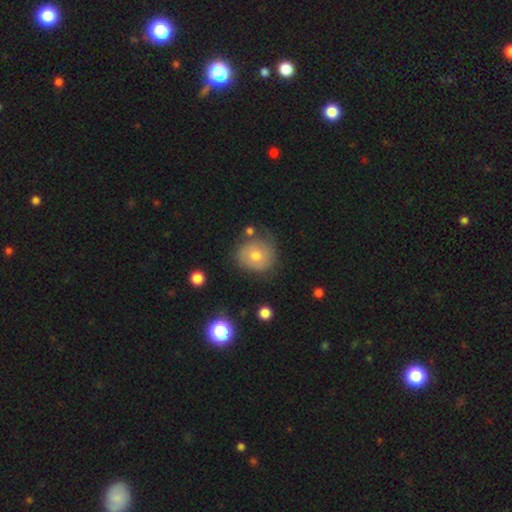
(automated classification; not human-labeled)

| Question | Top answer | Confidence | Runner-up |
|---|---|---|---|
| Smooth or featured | smooth | 58% | featured or disk (32%) |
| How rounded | round | 84% | in between (15%) |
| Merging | none | 69% | minor disturbance (20%) |